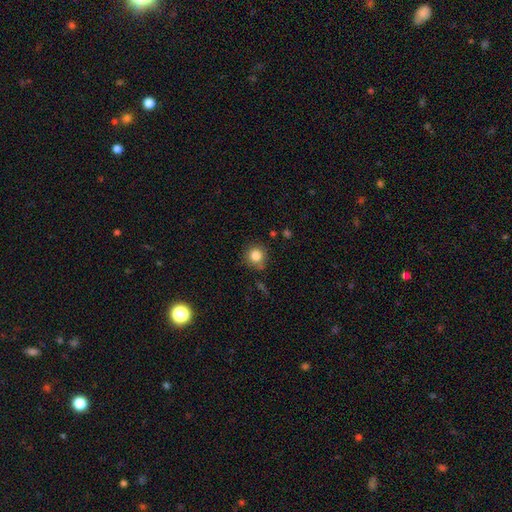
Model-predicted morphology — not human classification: Q: Smooth or featured?
A: smooth (83%); runner-up: star or artifact (11%)
Q: How rounded?
A: round (91%); runner-up: in between (8%)
Q: Merging?
A: none (78%); runner-up: minor disturbance (14%)